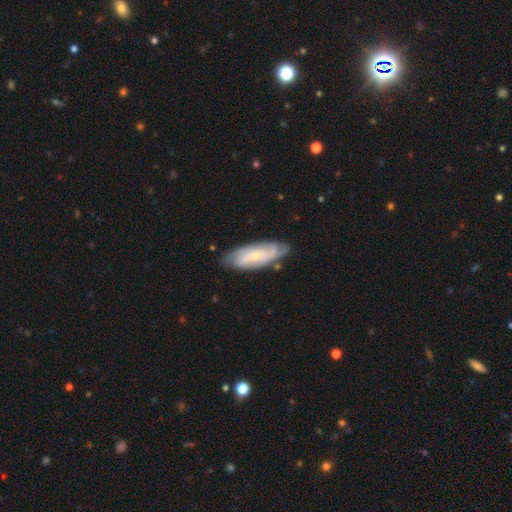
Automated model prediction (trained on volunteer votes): Smooth or featured?
  - featured or disk: 67% *
  - smooth: 27%
  - star or artifact: 6%
Edge-on disk?
  - no: 86% *
  - yes: 14%
Bar?
  - no: 56% *
  - weak: 34%
  - strong: 10%
Spiral arms?
  - yes: 88% *
  - no: 12%
Spiral winding?
  - tight: 54% *
  - medium: 34%
  - loose: 13%
Spiral arm count?
  - can't tell: 45% *
  - 2: 27%
  - 3: 13%
  - 4: 8%
  - more than 4: 3%
  - 1: 3%
Bulge size?
  - small: 68% *
  - moderate: 27%
  - none: 3%
  - large: 1%
  - dominant: 1%
Merging?
  - none: 76% *
  - minor disturbance: 19%
  - major disturbance: 4%
  - merger: 2%